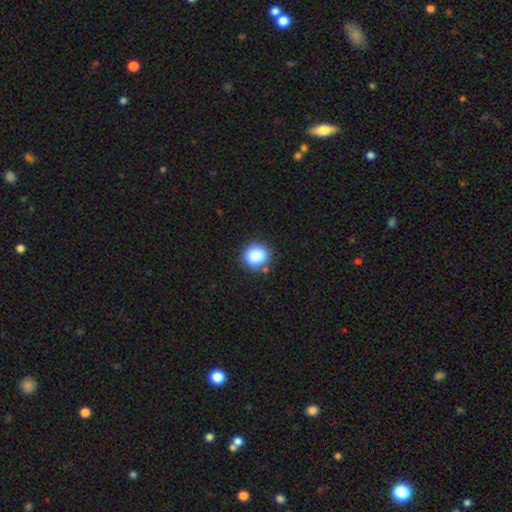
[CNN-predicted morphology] This appears to be a smooth galaxy with no disk features (86%) that is round (86%). Merging: none (85%).